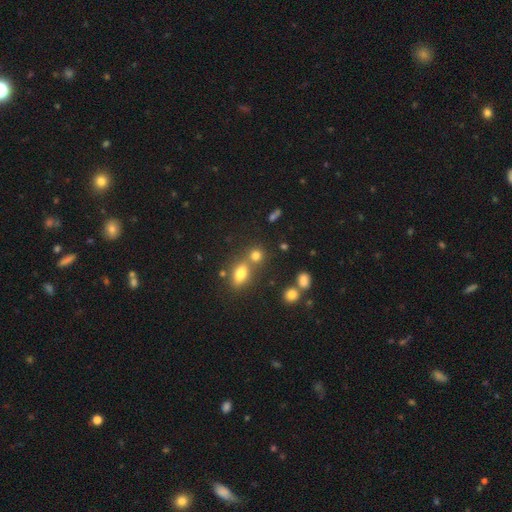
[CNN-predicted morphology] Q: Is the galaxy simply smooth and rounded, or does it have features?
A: smooth — 76%.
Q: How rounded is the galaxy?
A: round — 65%.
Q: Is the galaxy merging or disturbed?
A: none — 52%.